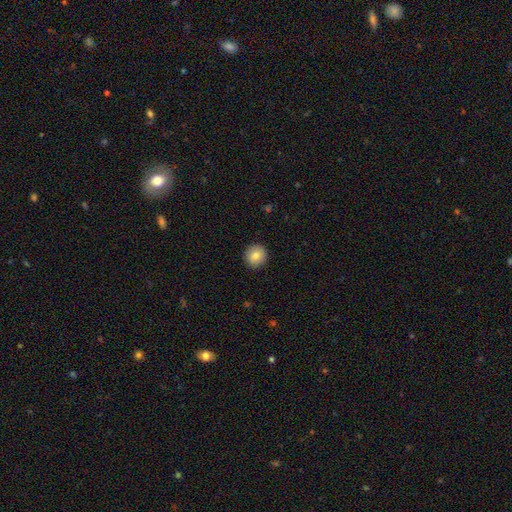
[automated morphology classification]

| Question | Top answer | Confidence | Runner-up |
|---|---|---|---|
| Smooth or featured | smooth | 84% | star or artifact (8%) |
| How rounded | round | 91% | in between (8%) |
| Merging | none | 91% | minor disturbance (6%) |